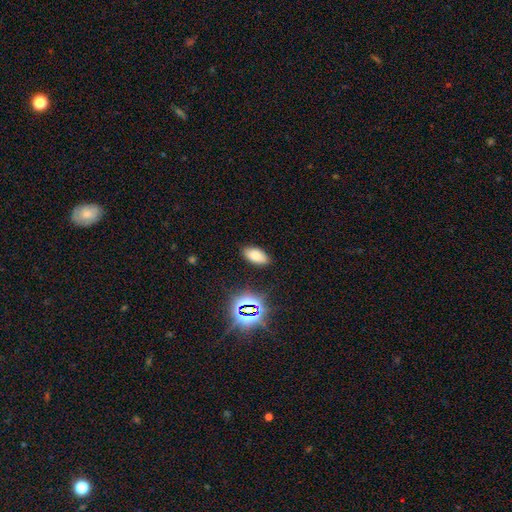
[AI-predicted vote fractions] A smooth galaxy with no disk features (74%) that is in between round and cigar-shaped (91%).

Vote fractions:
- Smooth or featured? smooth: 74% / star or artifact: 17% / featured or disk: 9%
- How rounded? in between: 91% / cigar-shaped: 4% / round: 4%
- Merging? none: 86% / minor disturbance: 10% / major disturbance: 3% / merger: 1%